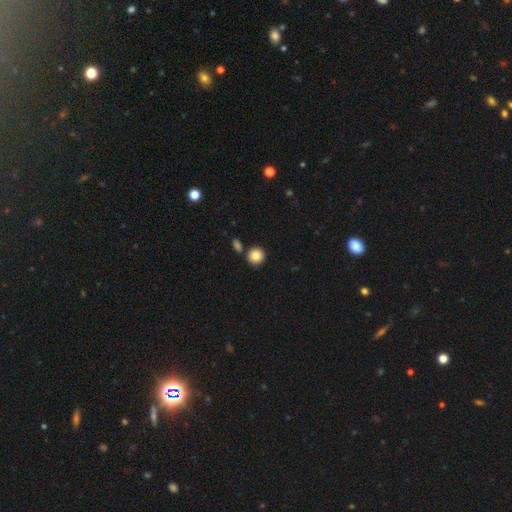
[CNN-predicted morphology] Smooth or featured?
  - smooth: 84% *
  - star or artifact: 9%
  - featured or disk: 6%
How rounded?
  - round: 91% *
  - in between: 8%
  - cigar-shaped: 1%
Merging?
  - none: 82% *
  - merger: 8%
  - minor disturbance: 8%
  - major disturbance: 2%